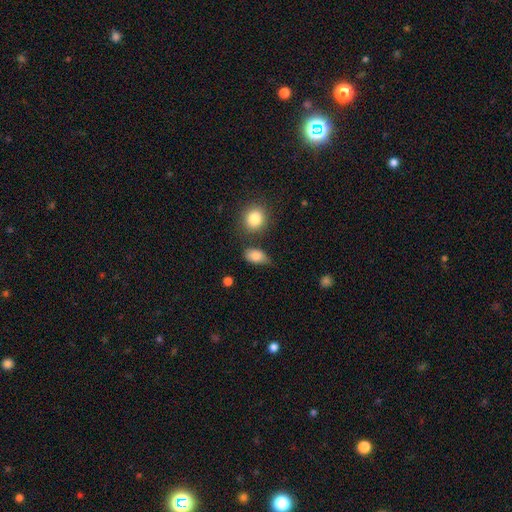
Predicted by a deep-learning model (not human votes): smooth-or-featured: smooth: 84% | star or artifact: 9% | featured or disk: 8%
  how-rounded: in between: 85% | round: 12% | cigar-shaped: 3%
  merging: none: 60% | minor disturbance: 26% | merger: 7% | major disturbance: 7%